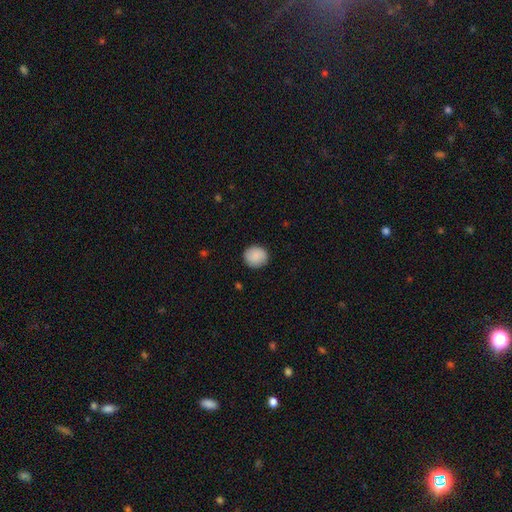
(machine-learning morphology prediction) smooth-or-featured: smooth: 89% | star or artifact: 7% | featured or disk: 4%
  how-rounded: round: 86% | in between: 13% | cigar-shaped: 1%
  merging: none: 89% | minor disturbance: 8% | major disturbance: 2% | merger: 1%